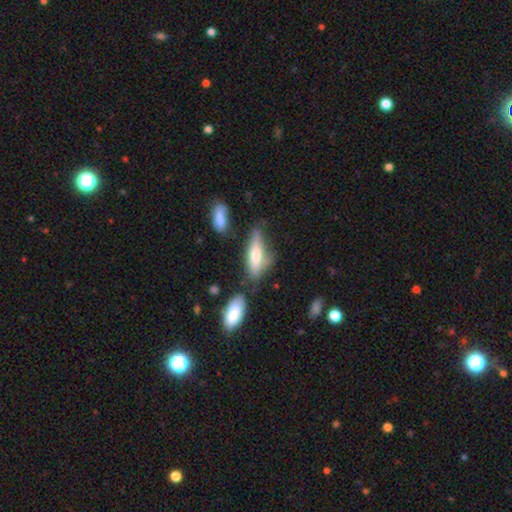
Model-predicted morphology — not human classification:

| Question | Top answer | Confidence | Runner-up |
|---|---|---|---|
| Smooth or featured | smooth | 53% | featured or disk (38%) |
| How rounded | cigar-shaped | 50% | in between (48%) |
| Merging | none | 48% | minor disturbance (29%) |